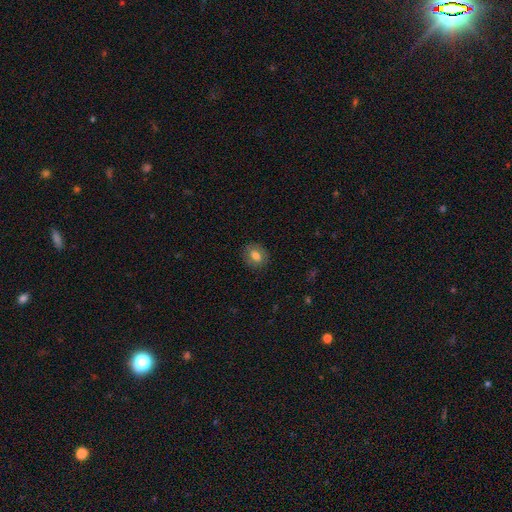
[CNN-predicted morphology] Q: Smooth or featured?
A: smooth (74%); runner-up: featured or disk (17%)
Q: How rounded?
A: round (53%); runner-up: in between (46%)
Q: Merging?
A: none (86%); runner-up: minor disturbance (11%)